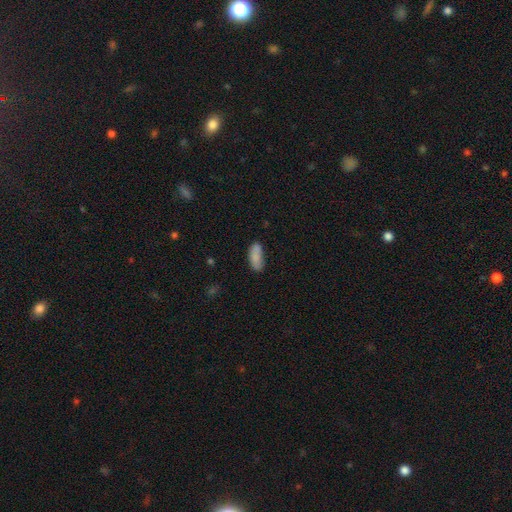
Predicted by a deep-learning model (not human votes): Morphology: type=smooth (84%); roundness=in between (81%); merging=none (67%).